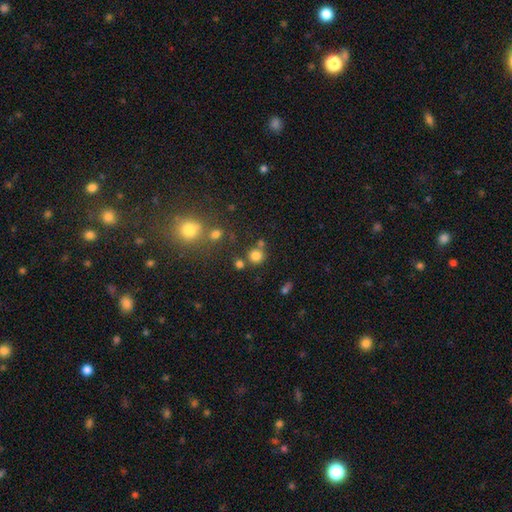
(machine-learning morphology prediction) smooth_or_featured: smooth (p=0.77) [alt: star or artifact p=0.16]
how_rounded: round (p=0.91) [alt: in between p=0.09]
merging: none (p=0.73) [alt: merger p=0.15]